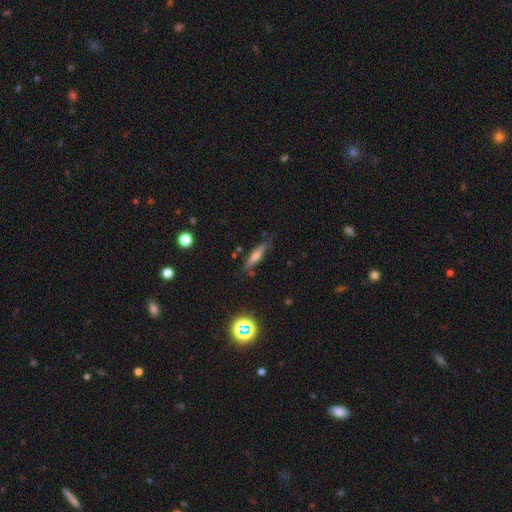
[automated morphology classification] Smooth or featured? Predicted: smooth (p=0.50). How rounded? Predicted: cigar-shaped (p=0.78). Merging? Predicted: none (p=0.78).